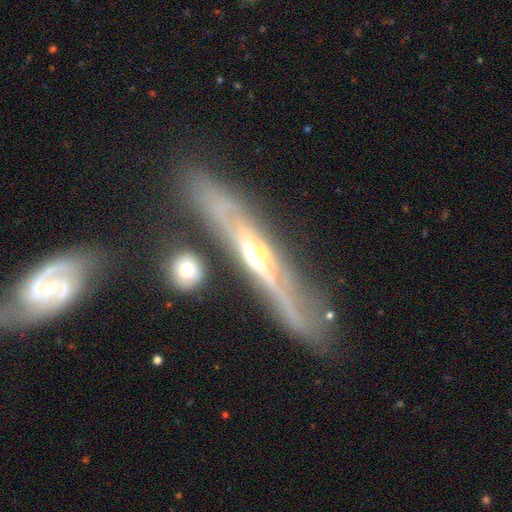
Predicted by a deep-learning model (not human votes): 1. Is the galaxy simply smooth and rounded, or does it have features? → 80% featured or disk, 14% smooth, 7% star or artifact.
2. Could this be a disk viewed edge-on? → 84% yes, 16% no.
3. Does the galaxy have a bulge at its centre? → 74% rounded, 18% none, 7% boxy.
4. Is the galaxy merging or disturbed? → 74% none, 15% minor disturbance, 6% merger, 5% major disturbance.